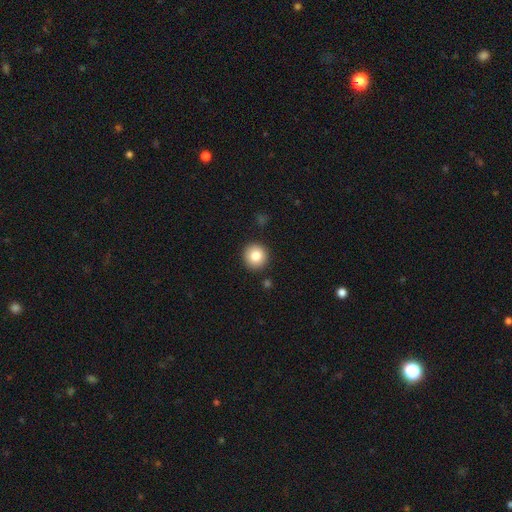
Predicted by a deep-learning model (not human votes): The model was most divided on "smooth or featured": smooth: 84%, star or artifact: 9%, featured or disk: 7%. More confident: how rounded — round (94%); merging — none (91%).